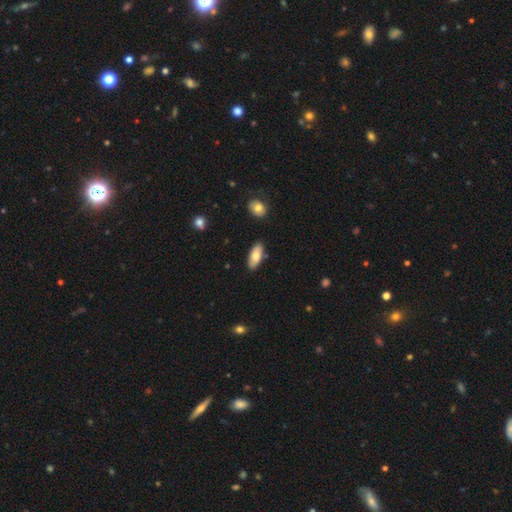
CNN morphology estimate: Smooth or featured? smooth (78%)
How rounded? in between (87%)
Merging? none (86%)